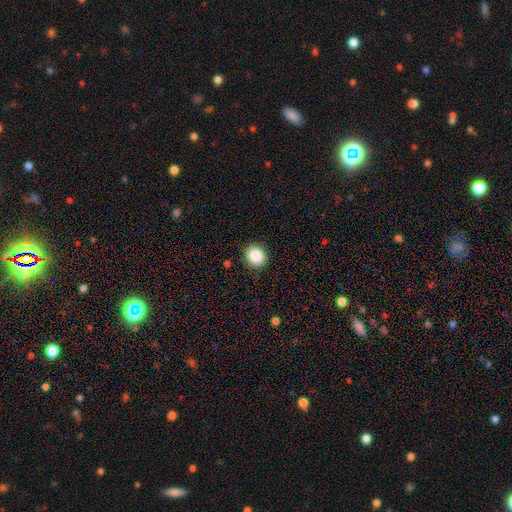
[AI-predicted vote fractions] Morphology: type=smooth (86%); roundness=round (75%); merging=none (89%).